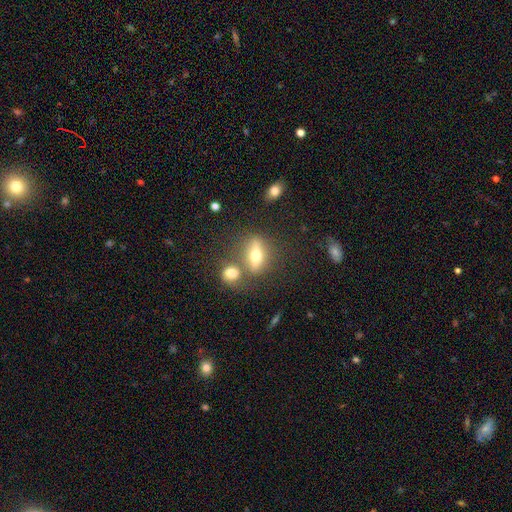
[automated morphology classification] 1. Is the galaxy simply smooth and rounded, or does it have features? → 51% smooth, 39% featured or disk, 11% star or artifact.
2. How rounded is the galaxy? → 59% in between, 28% cigar-shaped, 13% round.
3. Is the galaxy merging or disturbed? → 57% none, 26% merger, 11% minor disturbance, 6% major disturbance.